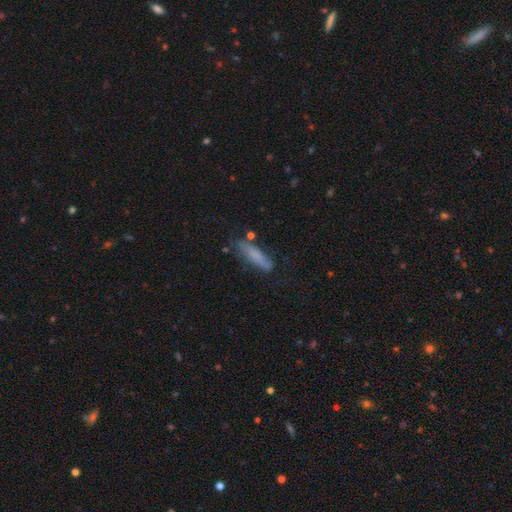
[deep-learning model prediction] The model was most divided on "merging": none: 69%, minor disturbance: 21%, major disturbance: 6%, merger: 4%. More confident: how rounded — cigar-shaped (73%); smooth or featured — smooth (72%).